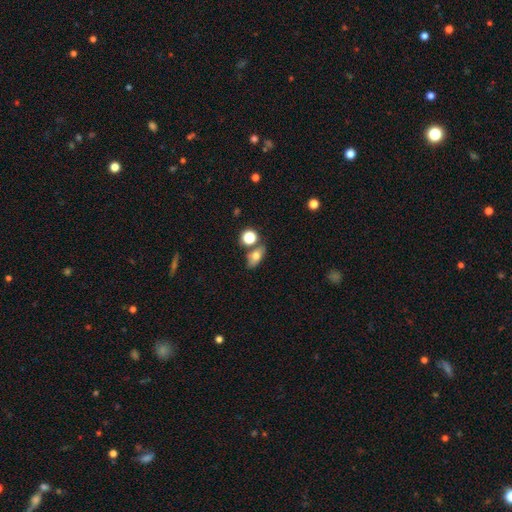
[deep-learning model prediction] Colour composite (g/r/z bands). It shows a smooth galaxy with no disk features (69%) that is in between round and cigar-shaped (76%). Merging: none (64%).